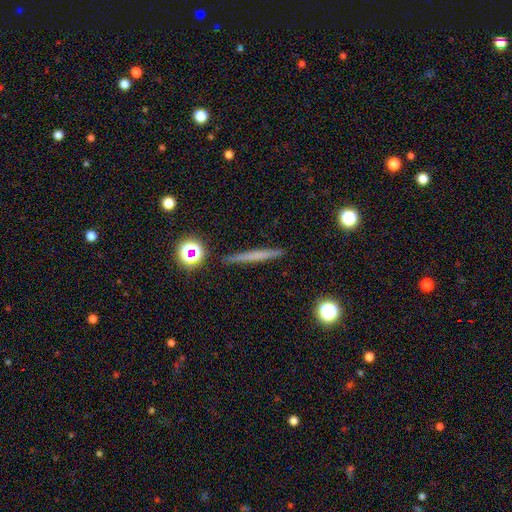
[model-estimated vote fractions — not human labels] A smooth galaxy with no disk features (54%) that is cigar-shaped (93%).

Vote fractions:
- Smooth or featured? smooth: 54% / featured or disk: 35% / star or artifact: 11%
- How rounded? cigar-shaped: 93% / round: 4% / in between: 3%
- Merging? none: 90% / minor disturbance: 7% / major disturbance: 2% / merger: 2%